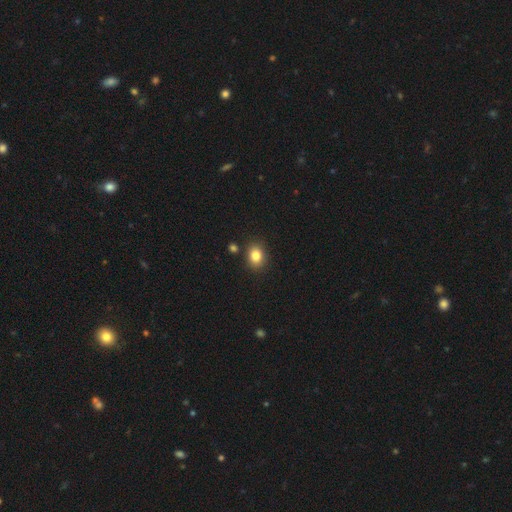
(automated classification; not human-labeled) A smooth galaxy with no disk features (84%) that is in between round and cigar-shaped (54%).

Vote fractions:
- Smooth or featured? smooth: 84% / star or artifact: 10% / featured or disk: 6%
- How rounded? in between: 54% / round: 45% / cigar-shaped: 1%
- Merging? none: 84% / minor disturbance: 9% / merger: 4% / major disturbance: 2%